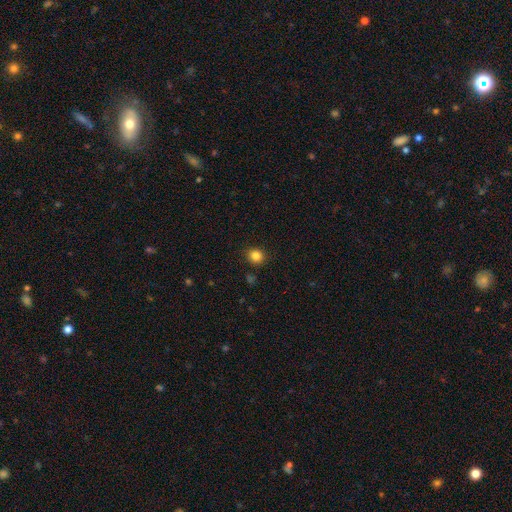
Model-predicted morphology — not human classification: Smooth or featured? Predicted: smooth (p=0.84). How rounded? Predicted: round (p=0.83). Merging? Predicted: none (p=0.89).